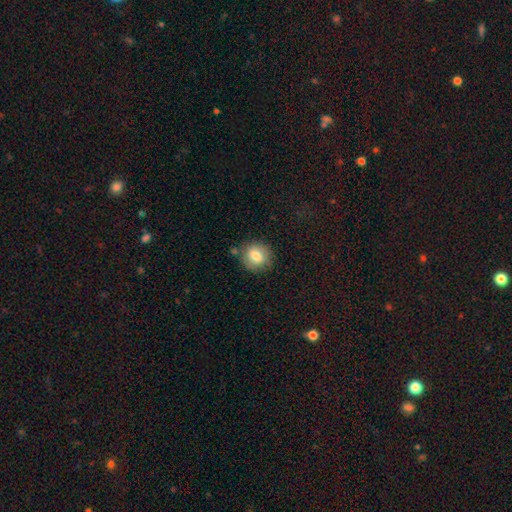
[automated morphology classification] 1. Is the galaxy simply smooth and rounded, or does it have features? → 78% smooth, 13% featured or disk, 9% star or artifact.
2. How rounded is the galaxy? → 78% round, 21% in between, 1% cigar-shaped.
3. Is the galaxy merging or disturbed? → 77% none, 14% minor disturbance, 5% merger, 4% major disturbance.